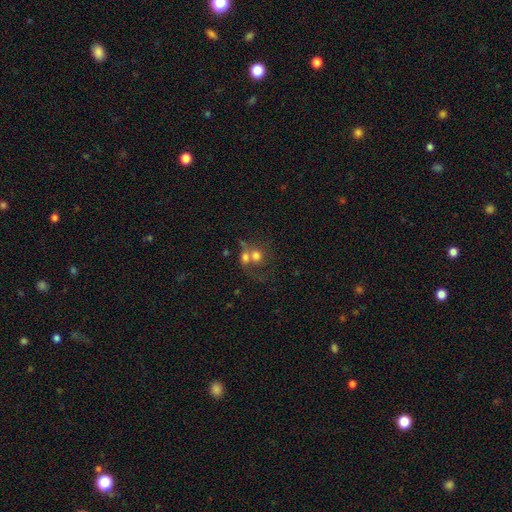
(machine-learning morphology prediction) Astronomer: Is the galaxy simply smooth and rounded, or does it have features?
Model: smooth — 66%.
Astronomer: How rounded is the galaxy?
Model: round — 69%.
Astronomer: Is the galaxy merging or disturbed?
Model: merger — 59%.